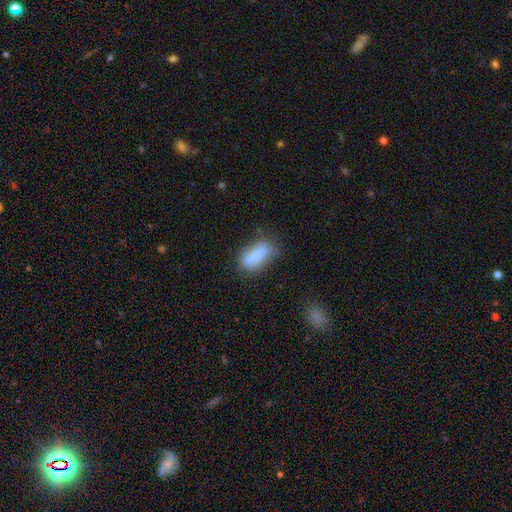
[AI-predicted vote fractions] smooth 78%, featured or disk 13%, star or artifact 9%. Down the decision tree: how rounded — in between (83%); merging — none (54%).